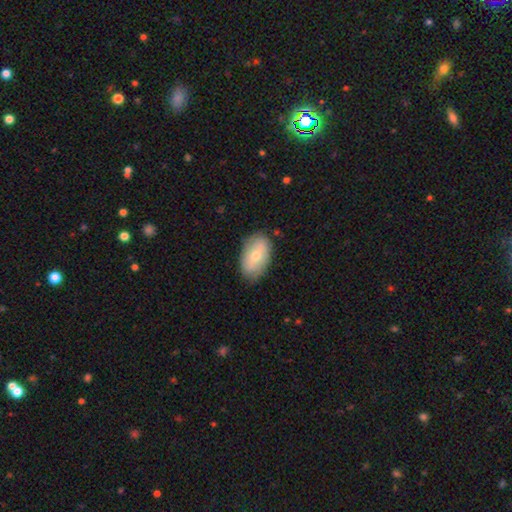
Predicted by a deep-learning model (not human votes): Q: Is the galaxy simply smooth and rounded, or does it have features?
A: smooth — 62%.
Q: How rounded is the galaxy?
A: in between — 92%.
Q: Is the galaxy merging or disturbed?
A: none — 82%.